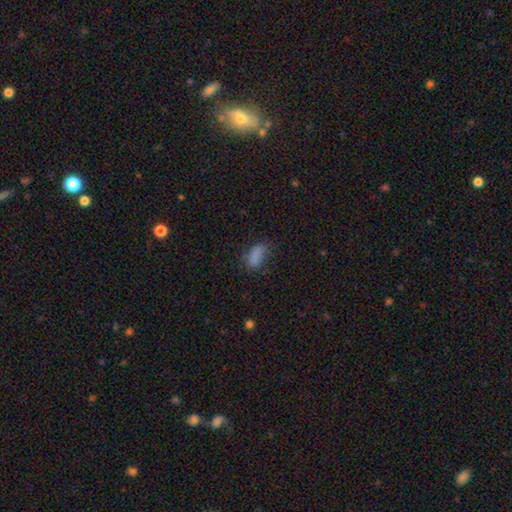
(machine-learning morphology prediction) Smooth or featured? Predicted: smooth (p=0.79). How rounded? Predicted: in between (p=0.90). Merging? Predicted: none (p=0.54).